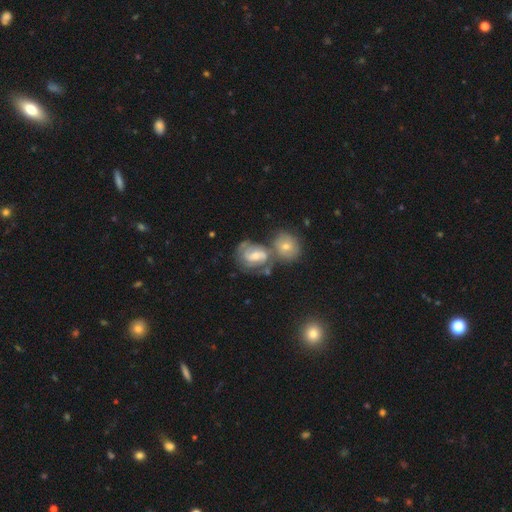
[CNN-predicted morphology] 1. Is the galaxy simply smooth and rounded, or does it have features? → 70% featured or disk, 23% smooth, 7% star or artifact.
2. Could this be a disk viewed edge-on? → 97% no, 3% yes.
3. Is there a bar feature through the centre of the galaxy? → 45% weak, 40% no, 15% strong.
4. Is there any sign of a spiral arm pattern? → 84% yes, 16% no.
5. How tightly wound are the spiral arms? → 46% tight, 41% medium, 13% loose.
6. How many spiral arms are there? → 50% 2, 29% can't tell, 10% 3, 6% 1, 3% 4, 2% more than 4.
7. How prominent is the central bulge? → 50% moderate, 42% small, 4% large, 3% none, 1% dominant.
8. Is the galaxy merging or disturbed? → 42% merger, 33% none, 14% minor disturbance, 10% major disturbance.